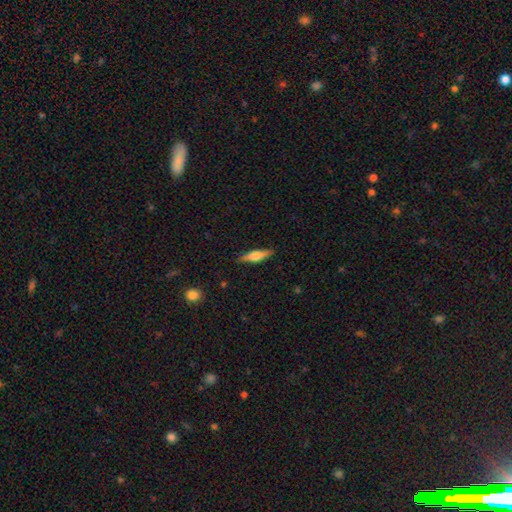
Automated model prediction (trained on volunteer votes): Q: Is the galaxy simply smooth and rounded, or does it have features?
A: smooth — 54%.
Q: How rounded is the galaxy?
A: cigar-shaped — 65%.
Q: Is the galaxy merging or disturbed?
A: none — 88%.